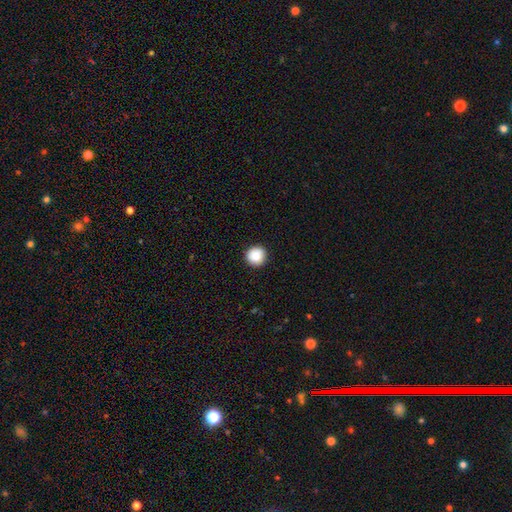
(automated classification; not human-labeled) This is clearly a smooth galaxy (86%). How rounded: clearly round (96%). Merging: clearly none (92%).